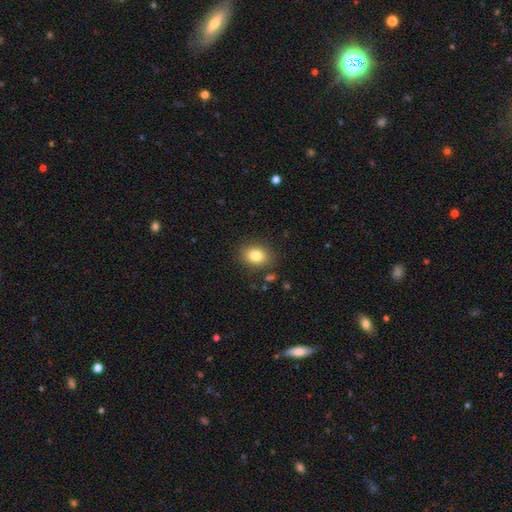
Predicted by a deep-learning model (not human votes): Smooth or featured? Predicted: smooth (p=0.82). How rounded? Predicted: in between (p=0.61). Merging? Predicted: none (p=0.85).